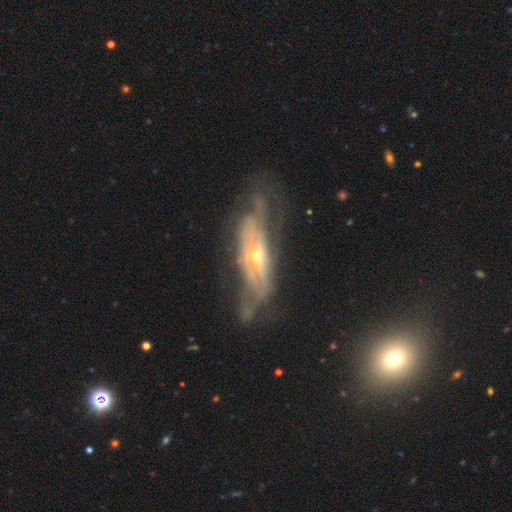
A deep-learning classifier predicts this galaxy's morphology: Q: Smooth or featured?
A: featured or disk (77%); runner-up: smooth (15%)
Q: Edge-on disk?
A: no (69%); runner-up: yes (31%)
Q: Bar?
A: no (68%); runner-up: weak (23%)
Q: Spiral arms?
A: yes (67%); runner-up: no (33%)
Q: Bulge size?
A: small (62%); runner-up: moderate (34%)
Q: Merging?
A: none (49%); runner-up: minor disturbance (25%)